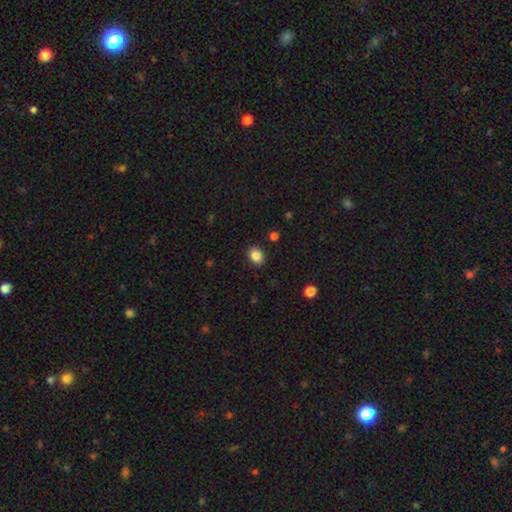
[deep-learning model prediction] A smooth galaxy with no disk features (87%) that is in between round and cigar-shaped (59%). Merging: none (88%).